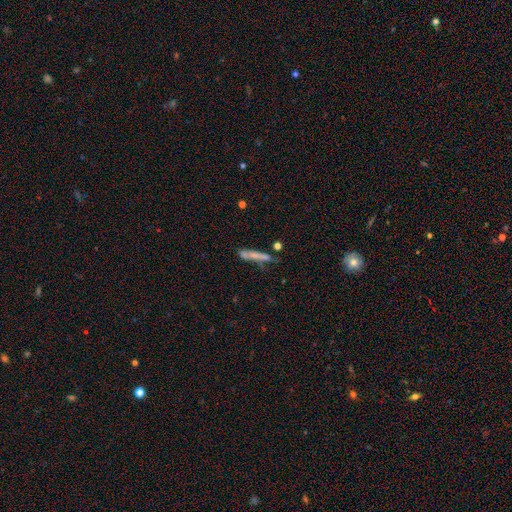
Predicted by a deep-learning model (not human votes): This appears to be a smooth galaxy with no disk features (58%) that is cigar-shaped (91%). Merging: none (60%).